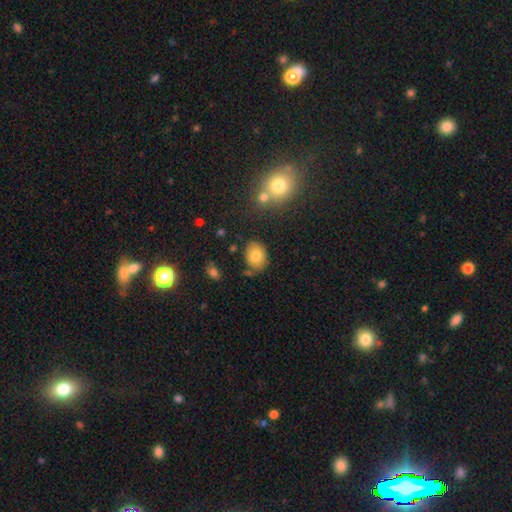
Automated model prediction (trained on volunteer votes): The model was most divided on "how rounded": in between: 65%, round: 33%, cigar-shaped: 1%. More confident: smooth or featured — smooth (79%); merging — none (75%).